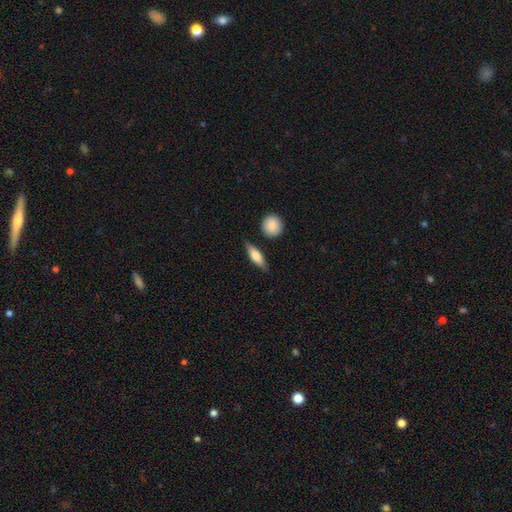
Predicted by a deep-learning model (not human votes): Smooth or featured?
  - smooth: 66% *
  - featured or disk: 28%
  - star or artifact: 6%
How rounded?
  - in between: 50% *
  - cigar-shaped: 46%
  - round: 5%
Merging?
  - none: 80% *
  - minor disturbance: 13%
  - merger: 4%
  - major disturbance: 3%